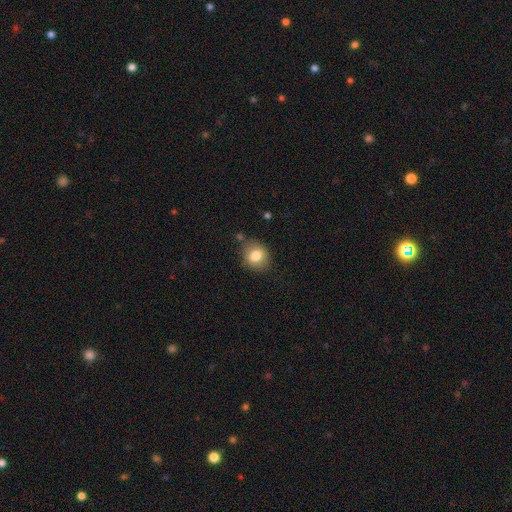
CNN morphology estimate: smooth 79%, featured or disk 11%, star or artifact 10%. Down the decision tree: how rounded — round (73%); merging — none (76%).